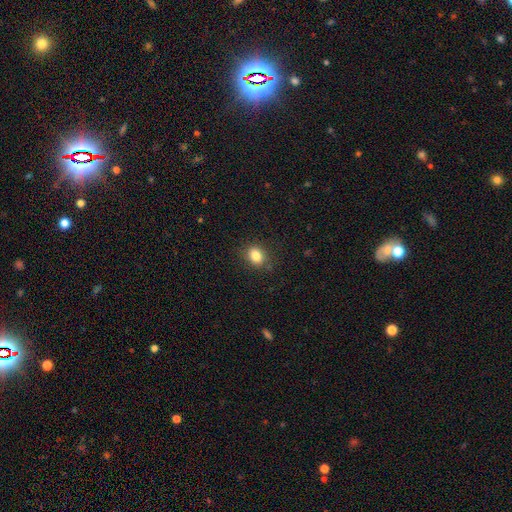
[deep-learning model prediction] Smooth or featured? smooth (83%)
How rounded? in between (52%)
Merging? none (85%)